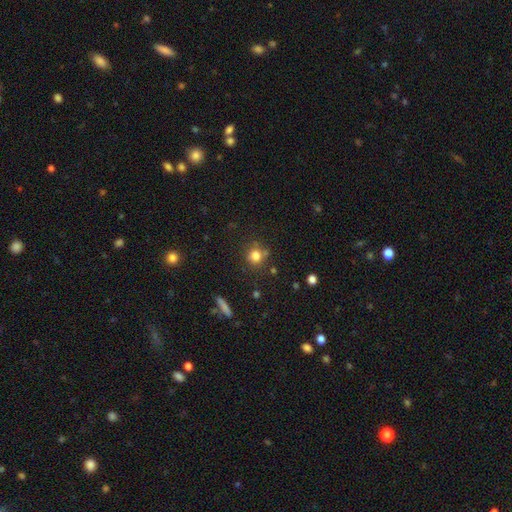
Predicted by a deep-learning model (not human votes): smooth-or-featured: smooth: 80% | star or artifact: 13% | featured or disk: 7%
  how-rounded: round: 86% | in between: 13% | cigar-shaped: 1%
  merging: none: 72% | minor disturbance: 14% | merger: 9% | major disturbance: 5%